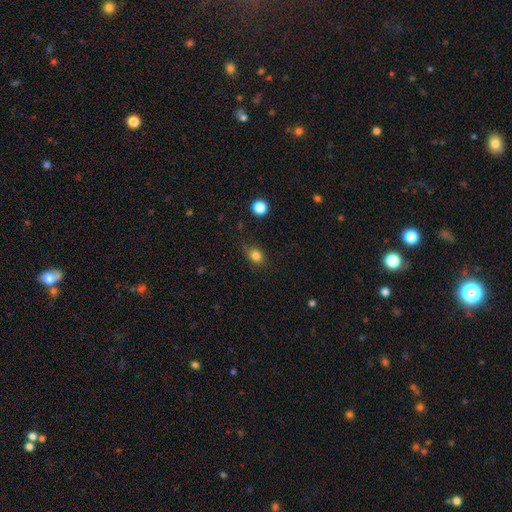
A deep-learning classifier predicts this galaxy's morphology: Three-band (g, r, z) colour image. It shows a smooth galaxy with no disk features (82%) that is round (50%). Merging: none (70%).